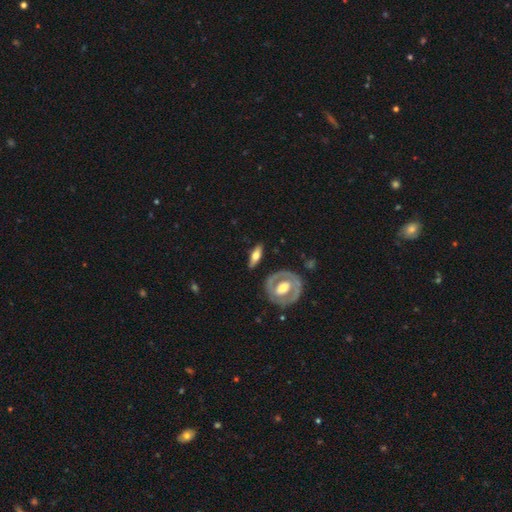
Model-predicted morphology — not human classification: type=featured or disk (49%); merging=none (83%).